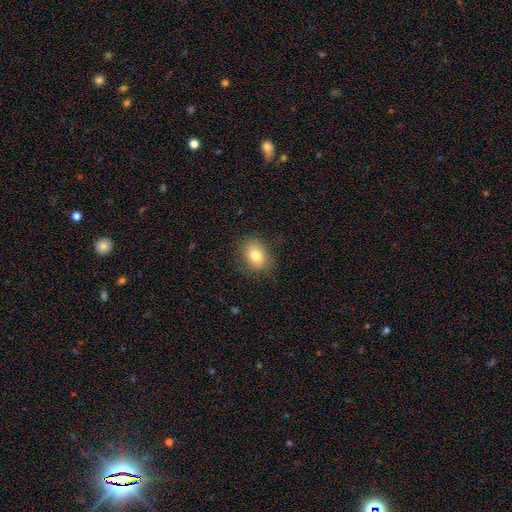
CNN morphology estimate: Smooth or featured? Predicted: smooth (p=0.80). How rounded? Predicted: in between (p=0.68). Merging? Predicted: none (p=0.83).